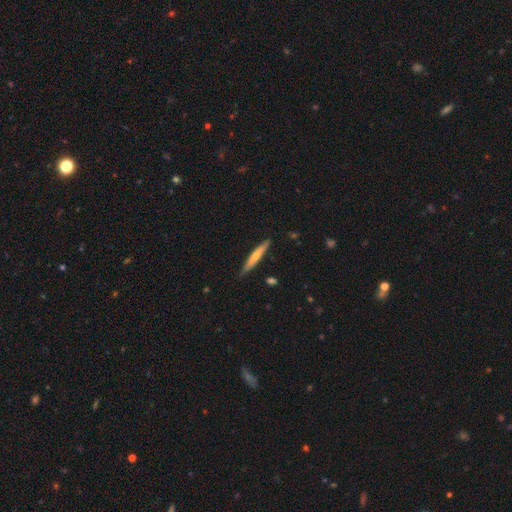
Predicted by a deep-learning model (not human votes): This appears to be a smooth galaxy with no disk features (55%) that is cigar-shaped (94%). Merging: none (84%).